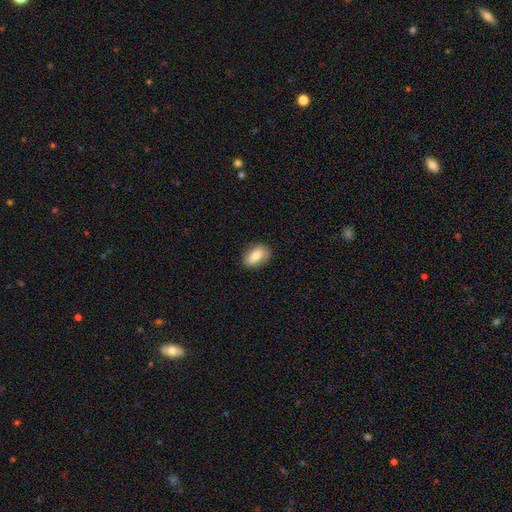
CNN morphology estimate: This is likely a smooth galaxy (74%). How rounded: clearly in between (85%). Merging: clearly none (82%).